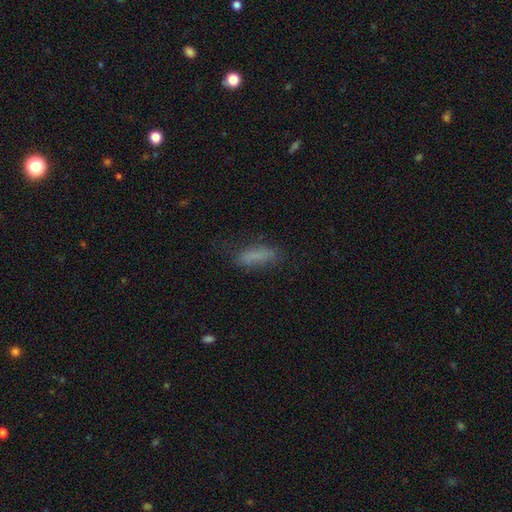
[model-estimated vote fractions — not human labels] The model was most divided on "how rounded": cigar-shaped: 49%, in between: 48%, round: 2%. More confident: smooth or featured — smooth (79%); merging — none (67%).